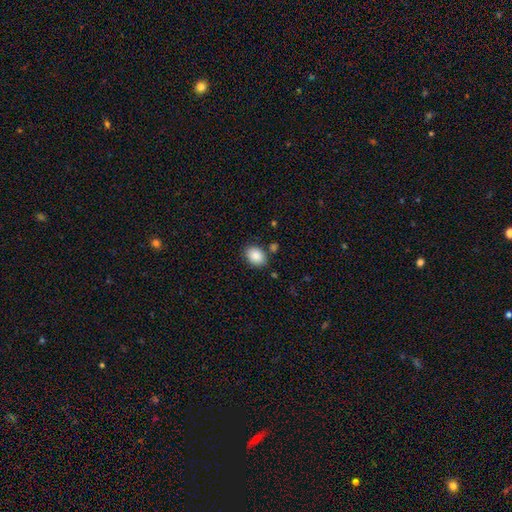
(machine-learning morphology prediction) A smooth galaxy with no disk features (88%) that is in between round and cigar-shaped (75%). Merging: none (81%).